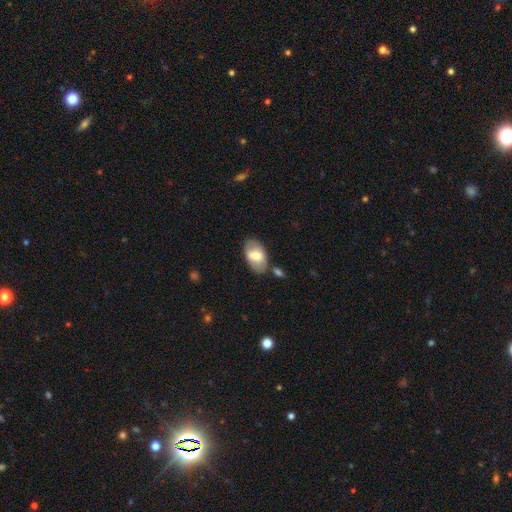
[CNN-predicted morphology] smooth 70%, featured or disk 24%, star or artifact 6%. Down the decision tree: how rounded — in between (93%); merging — none (70%).